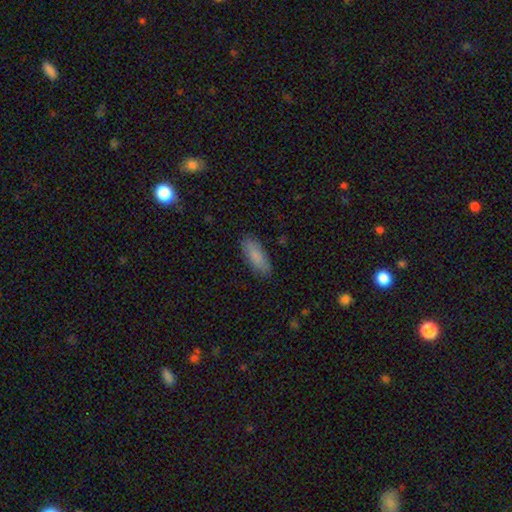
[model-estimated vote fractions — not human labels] Smooth or featured: smooth — 86% (featured or disk — 8%)
How rounded: in between — 71% (cigar-shaped — 27%)
Merging: none — 86% (minor disturbance — 11%)